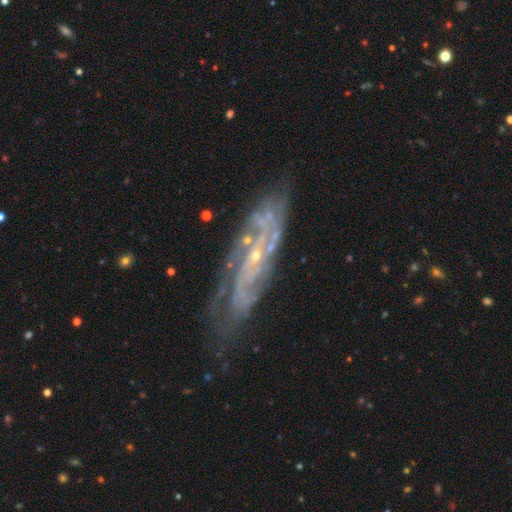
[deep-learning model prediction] Smooth or featured?
  - featured or disk: 87% *
  - star or artifact: 7%
  - smooth: 6%
Edge-on disk?
  - no: 87% *
  - yes: 13%
Bar?
  - no: 57% *
  - weak: 32%
  - strong: 10%
Spiral arms?
  - yes: 96% *
  - no: 4%
Spiral winding?
  - tight: 52% *
  - medium: 38%
  - loose: 10%
Spiral arm count?
  - 2: 38% *
  - can't tell: 26%
  - 3: 16%
  - 4: 9%
  - more than 4: 6%
  - 1: 6%
Bulge size?
  - small: 81% *
  - moderate: 12%
  - none: 5%
  - large: 1%
  - dominant: 1%
Merging?
  - none: 69% *
  - minor disturbance: 20%
  - major disturbance: 7%
  - merger: 3%